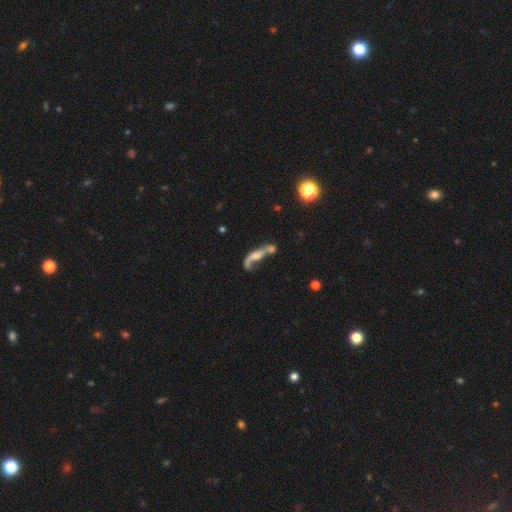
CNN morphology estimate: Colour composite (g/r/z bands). It shows a featured or disk galaxy (59%). Merging: merger (49%).